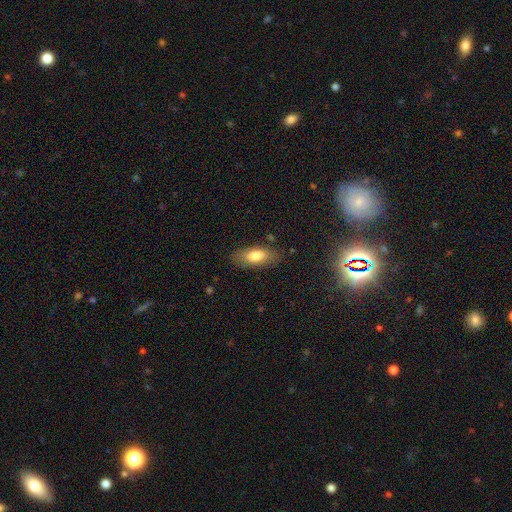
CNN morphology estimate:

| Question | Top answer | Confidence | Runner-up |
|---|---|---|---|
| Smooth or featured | smooth | 78% | featured or disk (15%) |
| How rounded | in between | 82% | cigar-shaped (15%) |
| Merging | none | 83% | minor disturbance (12%) |